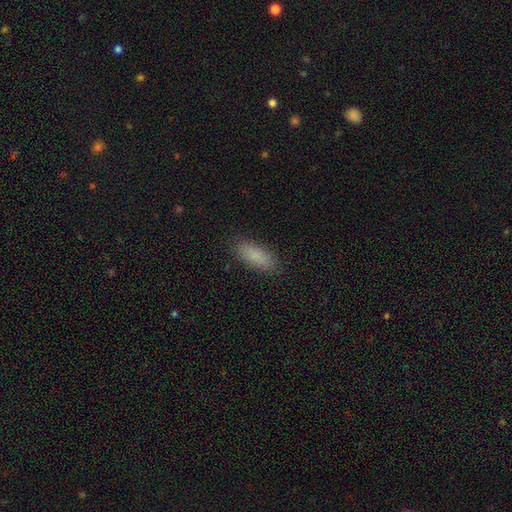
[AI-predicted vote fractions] Smooth or featured? Predicted: smooth (p=0.87). How rounded? Predicted: in between (p=0.75). Merging? Predicted: none (p=0.87).